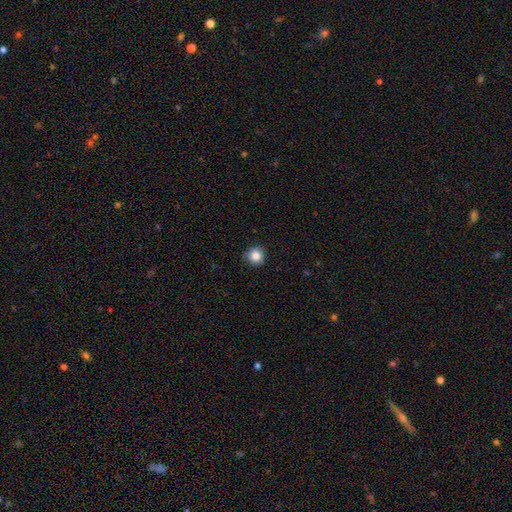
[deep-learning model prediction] Q: Smooth or featured?
A: smooth (85%); runner-up: star or artifact (10%)
Q: How rounded?
A: round (94%); runner-up: in between (5%)
Q: Merging?
A: none (88%); runner-up: minor disturbance (9%)